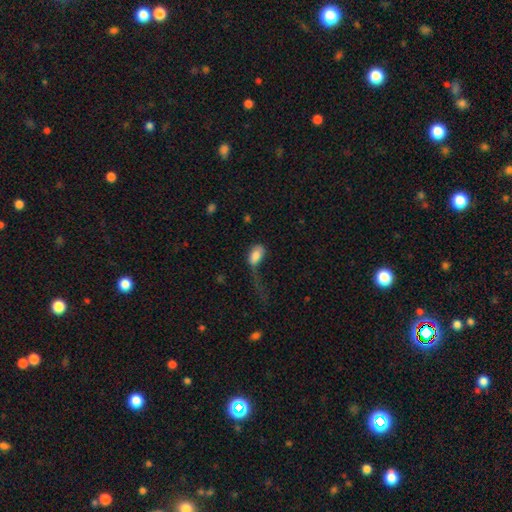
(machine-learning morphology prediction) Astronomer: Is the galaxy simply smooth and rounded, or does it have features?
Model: smooth — 82%.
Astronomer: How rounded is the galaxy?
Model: in between — 92%.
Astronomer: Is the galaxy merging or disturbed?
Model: major disturbance — 54%.